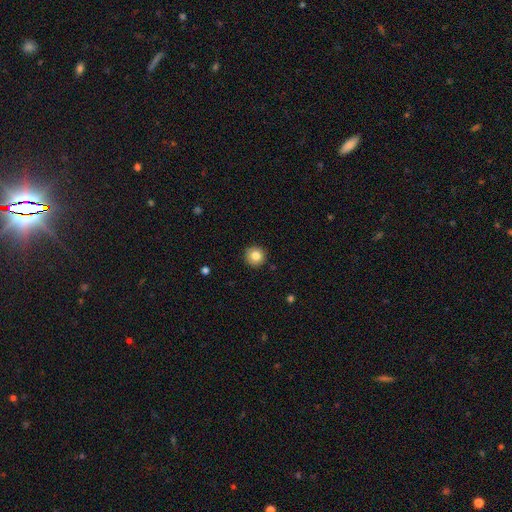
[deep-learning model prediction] This appears to be a smooth galaxy with no disk features (83%) that is round (95%). Merging: none (91%).